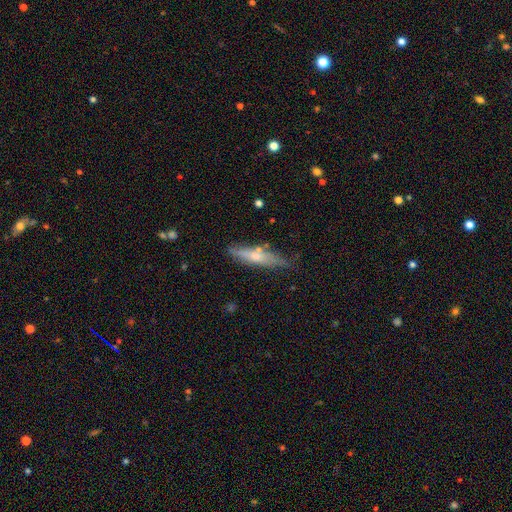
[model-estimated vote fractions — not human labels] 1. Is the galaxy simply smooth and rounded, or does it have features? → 50% smooth, 43% featured or disk, 7% star or artifact.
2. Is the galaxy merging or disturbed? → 72% none, 19% minor disturbance, 5% merger, 4% major disturbance.